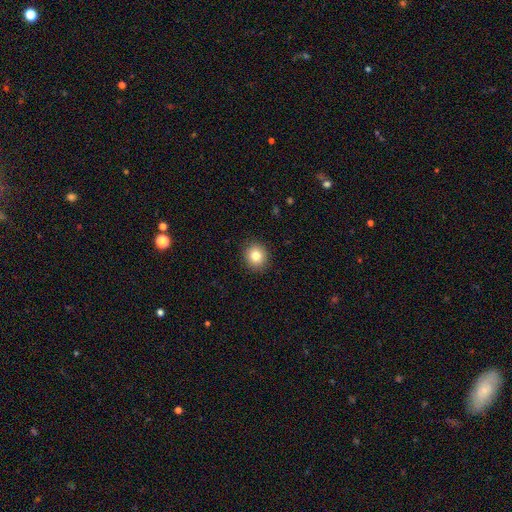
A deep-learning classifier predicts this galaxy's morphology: Smooth or featured? smooth (81%)
How rounded? round (88%)
Merging? none (91%)